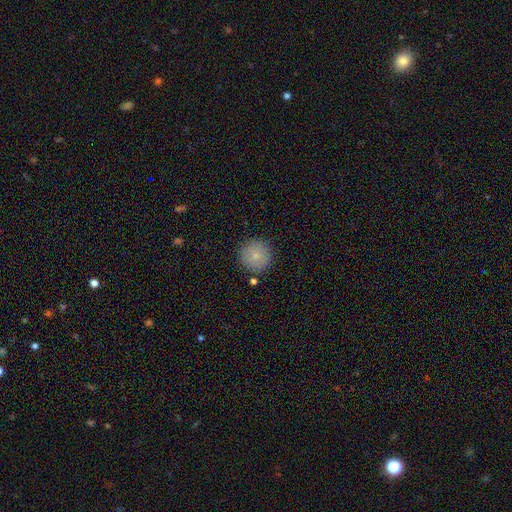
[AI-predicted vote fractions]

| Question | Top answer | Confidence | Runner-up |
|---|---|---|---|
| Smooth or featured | smooth | 83% | star or artifact (9%) |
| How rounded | round | 96% | in between (3%) |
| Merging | none | 88% | minor disturbance (8%) |